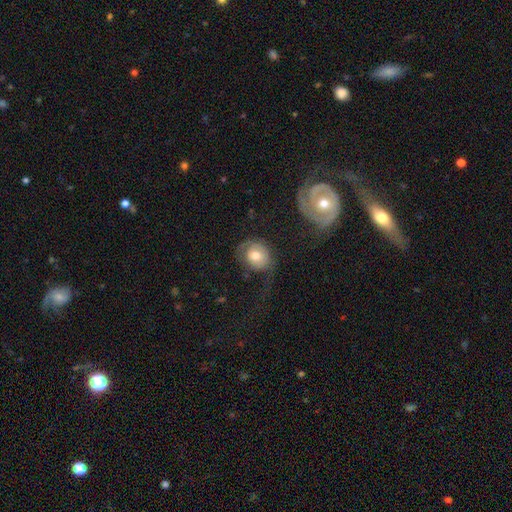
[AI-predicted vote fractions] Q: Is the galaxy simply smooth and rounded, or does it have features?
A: smooth — 60%.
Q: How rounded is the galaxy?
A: round — 74%.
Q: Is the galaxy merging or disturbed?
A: none — 39%.